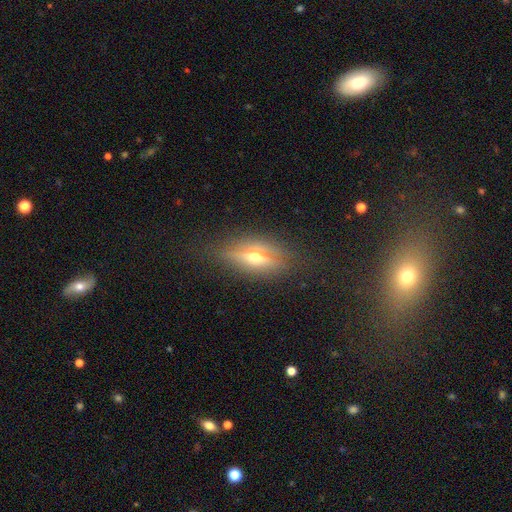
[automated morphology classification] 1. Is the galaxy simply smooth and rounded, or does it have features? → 54% featured or disk, 35% smooth, 11% star or artifact.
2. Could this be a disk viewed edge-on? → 83% yes, 17% no.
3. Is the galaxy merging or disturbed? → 82% none, 12% minor disturbance, 5% major disturbance, 1% merger.